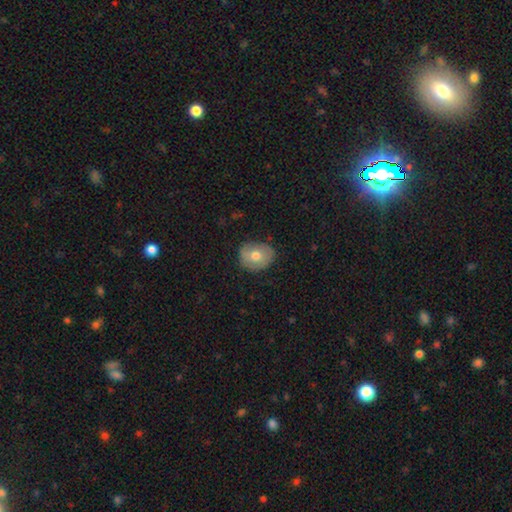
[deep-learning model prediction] Smooth or featured?
  - smooth: 69% *
  - featured or disk: 23%
  - star or artifact: 8%
How rounded?
  - round: 57% *
  - in between: 42%
  - cigar-shaped: 1%
Merging?
  - none: 77% *
  - minor disturbance: 18%
  - major disturbance: 3%
  - merger: 1%